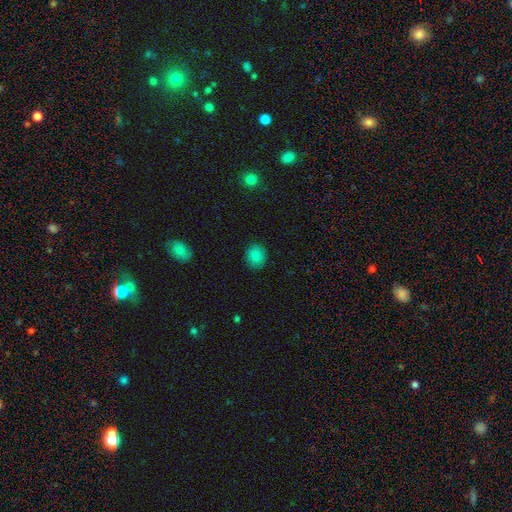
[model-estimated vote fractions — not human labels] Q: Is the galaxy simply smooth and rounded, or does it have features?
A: smooth — 83%.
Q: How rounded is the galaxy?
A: round — 74%.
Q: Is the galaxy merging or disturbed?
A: none — 89%.